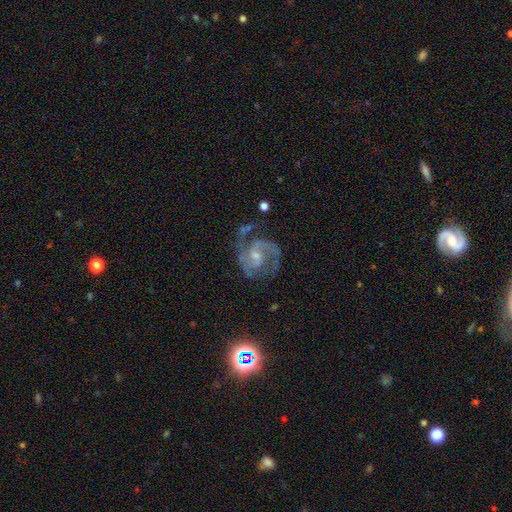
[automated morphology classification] type=featured or disk (88%); edge-on=no (98%); bar=weak (46%); spiral arms=yes (98%); winding=medium (59%); arm count=2 (79%); bulge=small (62%); merging=none (66%).